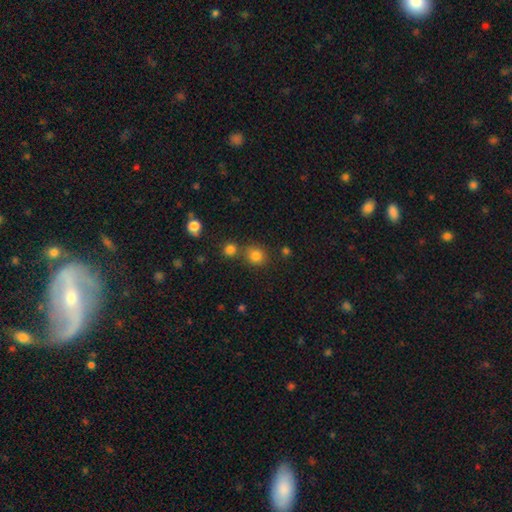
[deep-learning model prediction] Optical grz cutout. It shows a smooth galaxy with no disk features (80%) that is round (82%). Merging: none (67%).